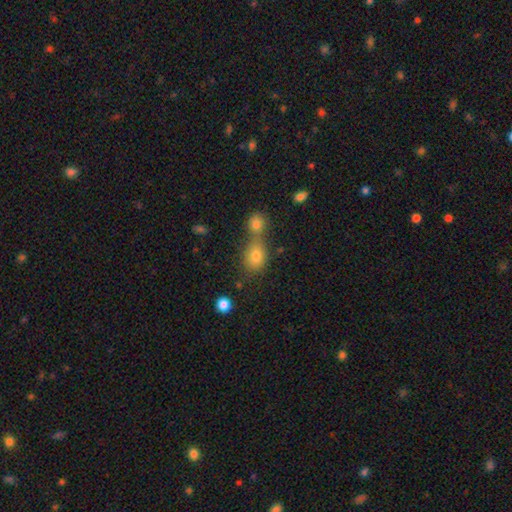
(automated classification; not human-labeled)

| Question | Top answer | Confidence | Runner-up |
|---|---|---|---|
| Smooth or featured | smooth | 76% | star or artifact (14%) |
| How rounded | in between | 53% | round (45%) |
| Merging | merger | 46% | none (42%) |